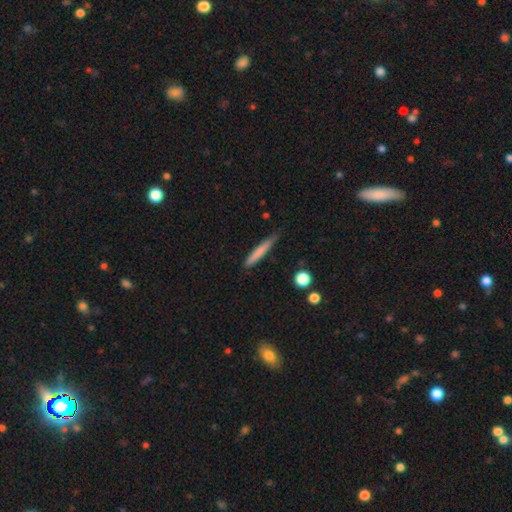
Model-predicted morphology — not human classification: Overall: smooth (72%). How rounded: cigar-shaped (95%). Merging: none (80%).